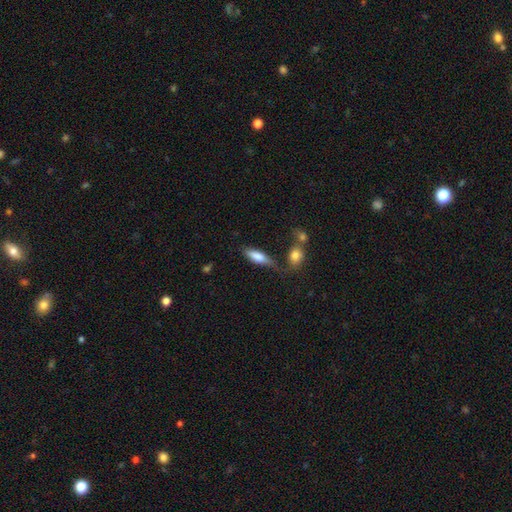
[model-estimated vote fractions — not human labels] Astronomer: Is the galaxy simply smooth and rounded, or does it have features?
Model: smooth — 76%.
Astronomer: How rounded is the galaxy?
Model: cigar-shaped — 49%, tied with in between at 49%.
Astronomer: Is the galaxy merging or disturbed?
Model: none — 55%.